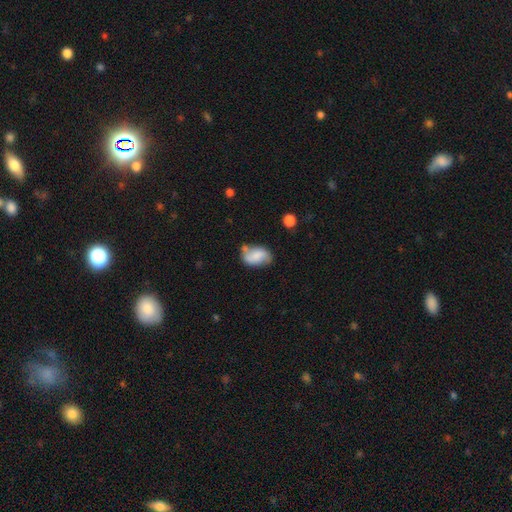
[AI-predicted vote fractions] Smooth or featured? smooth (59%)
How rounded? in between (88%)
Merging? none (54%)